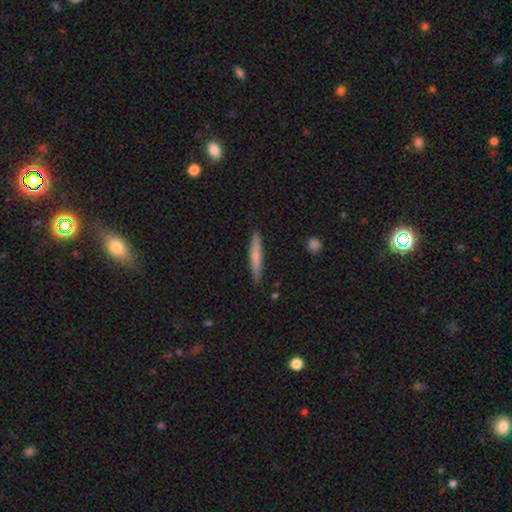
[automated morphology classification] The model was most divided on "smooth or featured": smooth: 68%, featured or disk: 26%, star or artifact: 6%. More confident: how rounded — cigar-shaped (93%); merging — none (88%).